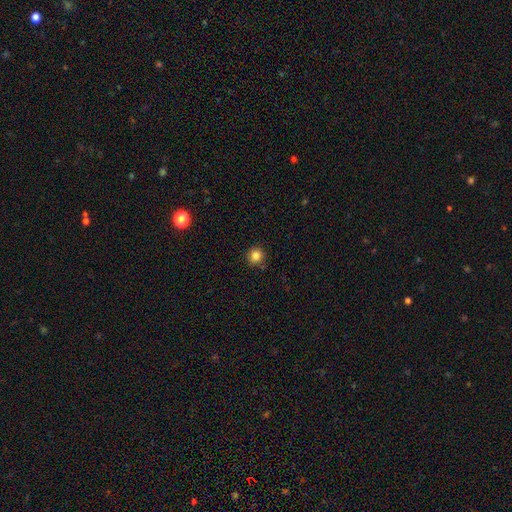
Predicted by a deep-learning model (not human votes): This is clearly a smooth galaxy (84%). How rounded: clearly round (91%). Merging: clearly none (87%).